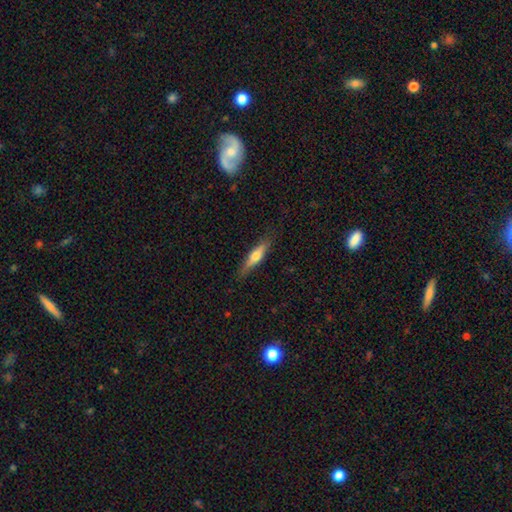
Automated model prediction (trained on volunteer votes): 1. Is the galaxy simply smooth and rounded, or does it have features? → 51% smooth, 43% featured or disk, 6% star or artifact.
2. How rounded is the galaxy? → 77% cigar-shaped, 21% in between, 2% round.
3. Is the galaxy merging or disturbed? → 81% none, 15% minor disturbance, 3% major disturbance, 1% merger.